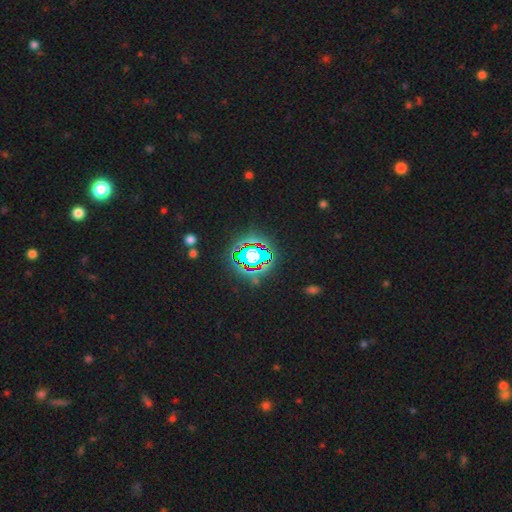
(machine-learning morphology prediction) Smooth or featured?
  - star or artifact: 68% *
  - smooth: 18%
  - featured or disk: 15%